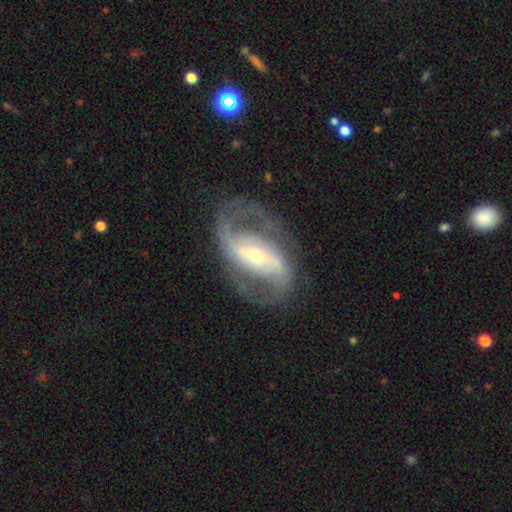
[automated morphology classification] Smooth or featured? Predicted: featured or disk (p=0.89). Edge-on disk? Predicted: no (p=0.96). Bar? Predicted: strong (p=0.42). Spiral arms? Predicted: yes (p=0.95). Spiral winding? Predicted: medium (p=0.51). Spiral arm count? Predicted: 2 (p=0.91). Bulge size? Predicted: small (p=0.62). Merging? Predicted: none (p=0.77).